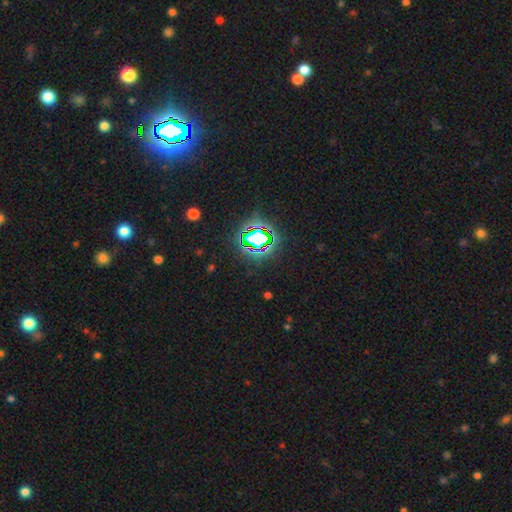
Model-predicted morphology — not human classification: A star or artifact, not a galaxy (81%).

Vote fractions:
- Smooth or featured? star or artifact: 81% / smooth: 11% / featured or disk: 8%